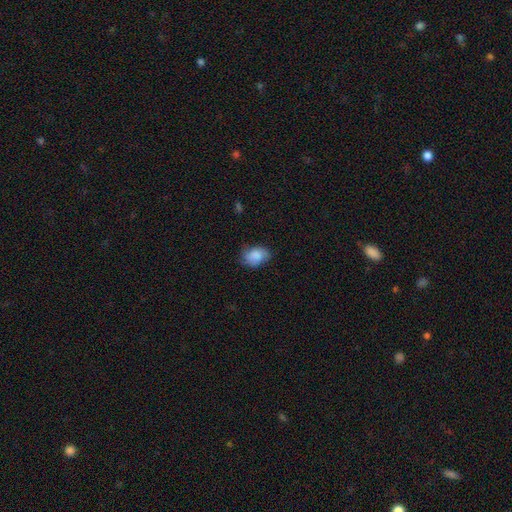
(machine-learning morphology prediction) type=smooth (81%); roundness=in between (73%); merging=none (65%).